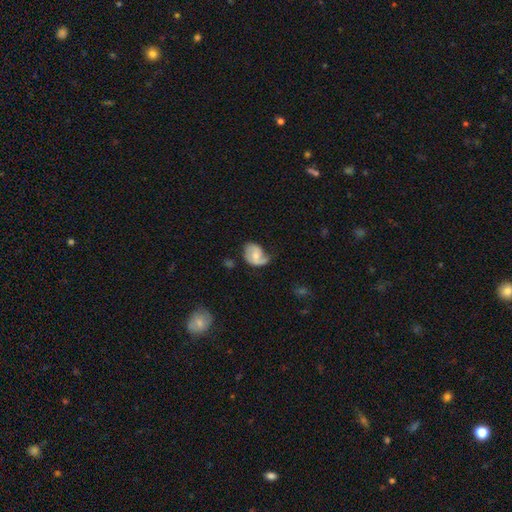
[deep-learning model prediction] Overall: featured or disk (58%; smooth 35%). Edge-on disk: no (97%). Bar: no (63%; weak 31%). Spiral arms: yes (80%). Bulge size: moderate (52%; small 40%). Merging: minor disturbance (35%; none 34%).